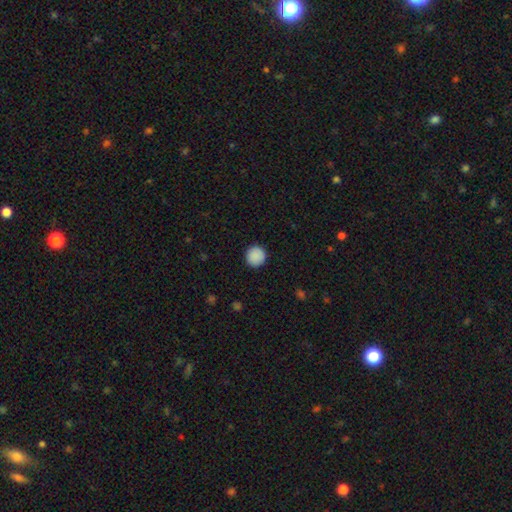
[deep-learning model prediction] This appears to be a smooth galaxy with no disk features (90%) that is round (95%). Merging: none (92%).